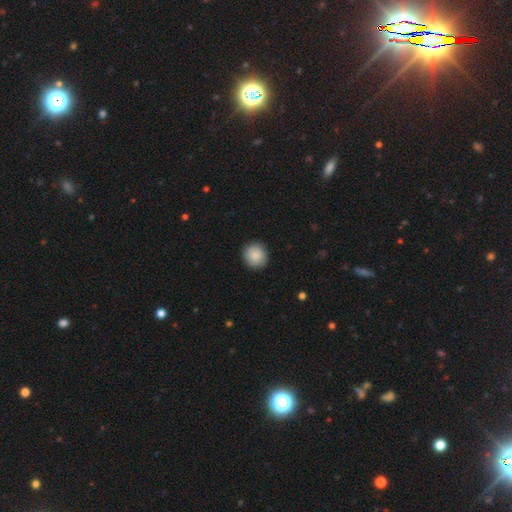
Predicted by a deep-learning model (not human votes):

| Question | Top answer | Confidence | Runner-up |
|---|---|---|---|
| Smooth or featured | smooth | 89% | star or artifact (7%) |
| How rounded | round | 90% | in between (9%) |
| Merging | none | 90% | minor disturbance (7%) |